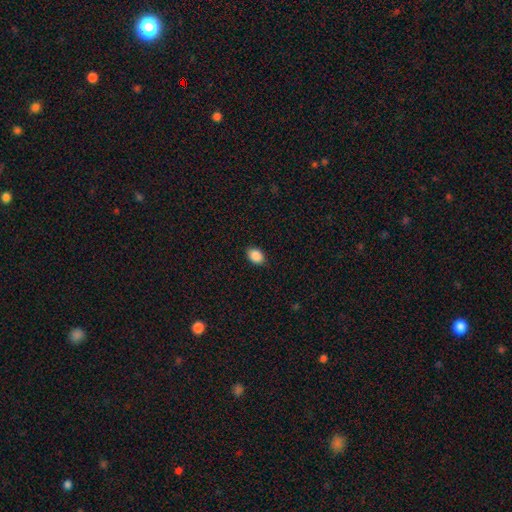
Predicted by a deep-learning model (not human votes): Smooth or featured? Predicted: smooth (p=0.89). How rounded? Predicted: in between (p=0.79). Merging? Predicted: none (p=0.88).